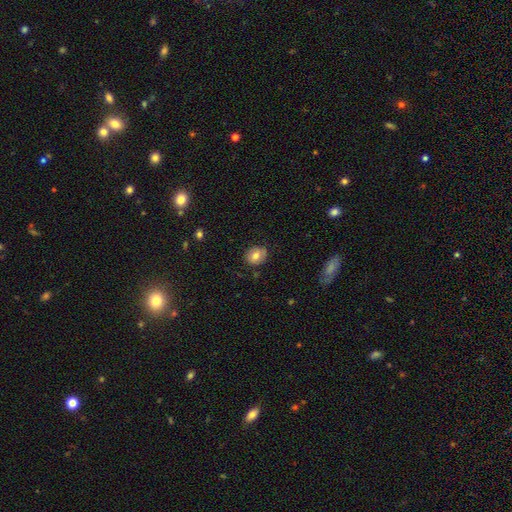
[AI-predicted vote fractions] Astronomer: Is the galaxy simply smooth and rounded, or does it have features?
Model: smooth — 75%.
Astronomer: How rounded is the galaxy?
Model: round — 60% (runner-up: in between, 39%).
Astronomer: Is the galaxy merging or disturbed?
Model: none — 82%.